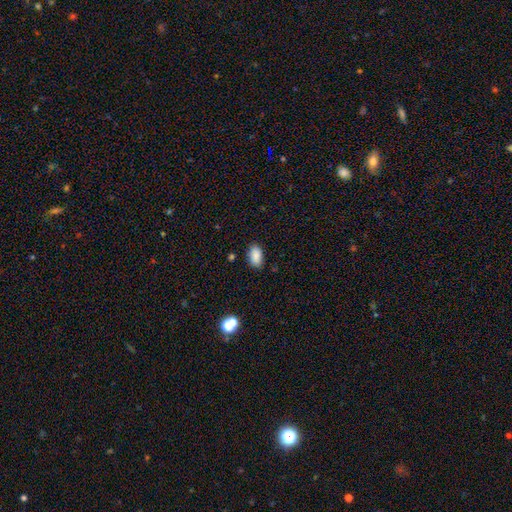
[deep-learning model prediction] smooth_or_featured: smooth (p=0.88) [alt: star or artifact p=0.08]
how_rounded: in between (p=0.92) [alt: round p=0.06]
merging: none (p=0.83) [alt: minor disturbance p=0.13]